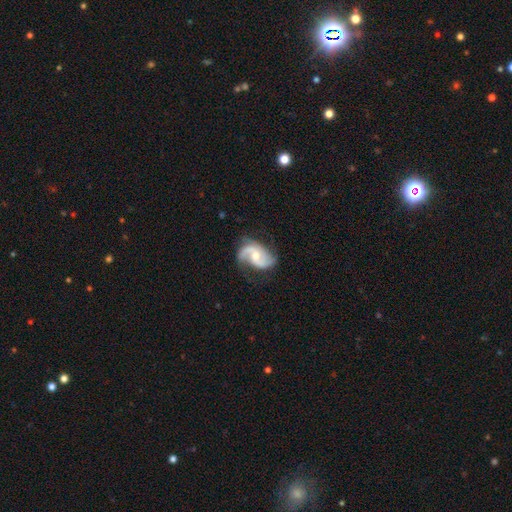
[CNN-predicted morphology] This appears to be a featured or disk galaxy (85%) with no bar (51%), 2 (84%) medium (47%) spiral arms (97%) and a moderate central bulge (57%). Merging: none (66%).